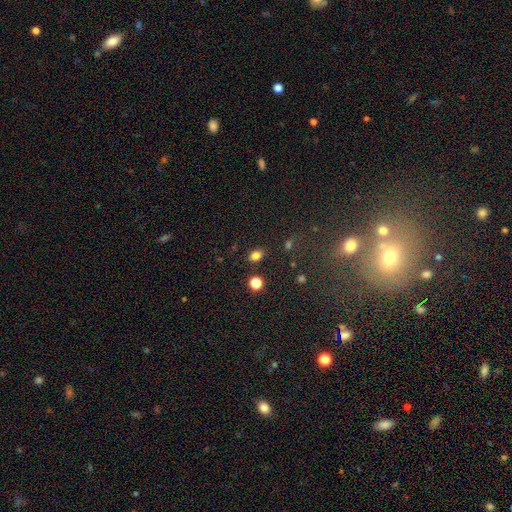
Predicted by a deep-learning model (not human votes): smooth 81%, star or artifact 14%, featured or disk 5%. Down the decision tree: how rounded — in between (66%); merging — none (82%).